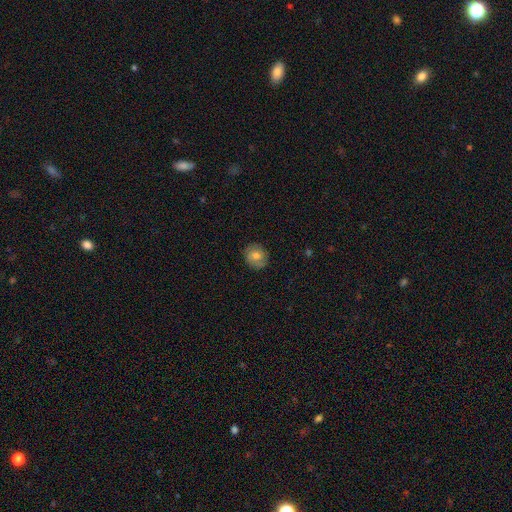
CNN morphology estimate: Smooth or featured? smooth (62%)
How rounded? round (78%)
Merging? none (83%)